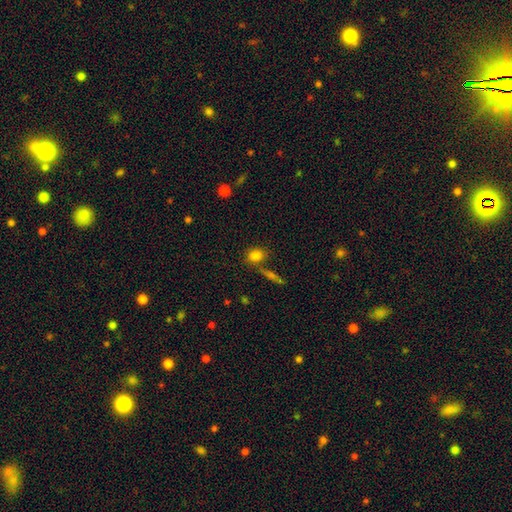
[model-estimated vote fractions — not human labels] This is clearly a smooth galaxy (81%). How rounded: possibly round (52%). Merging: likely none (67%).